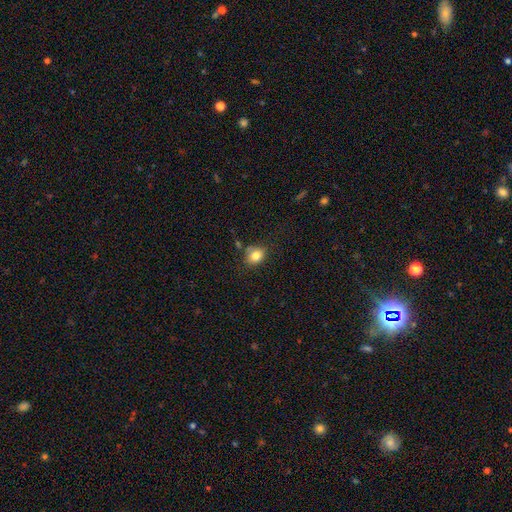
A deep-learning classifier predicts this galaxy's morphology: Overall: smooth (82%). How rounded: round (59%; in between 40%). Merging: none (71%).